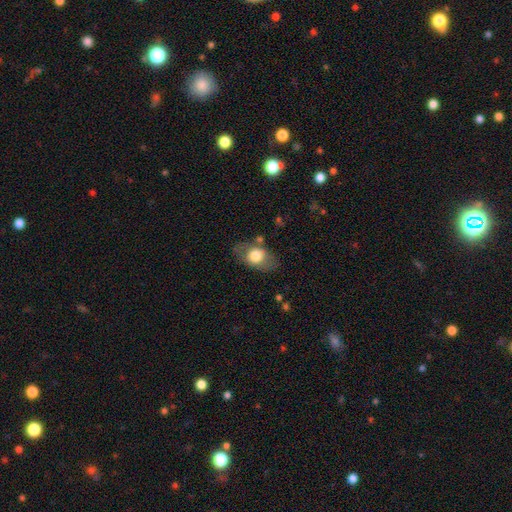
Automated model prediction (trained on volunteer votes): Smooth or featured? smooth (68%)
How rounded? in between (82%)
Merging? none (71%)